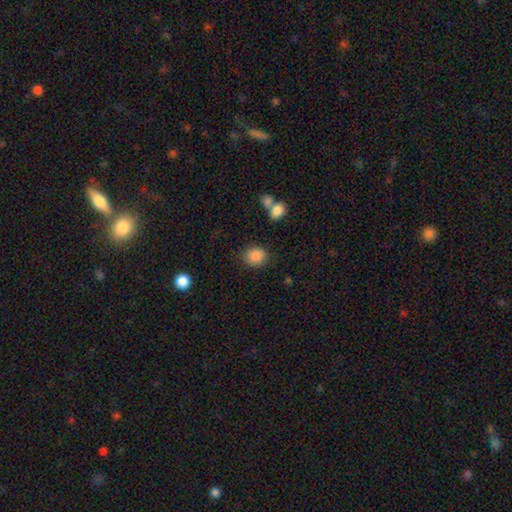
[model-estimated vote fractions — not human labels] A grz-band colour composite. It shows a smooth galaxy with no disk features (87%) that is round (71%). Merging: none (84%).